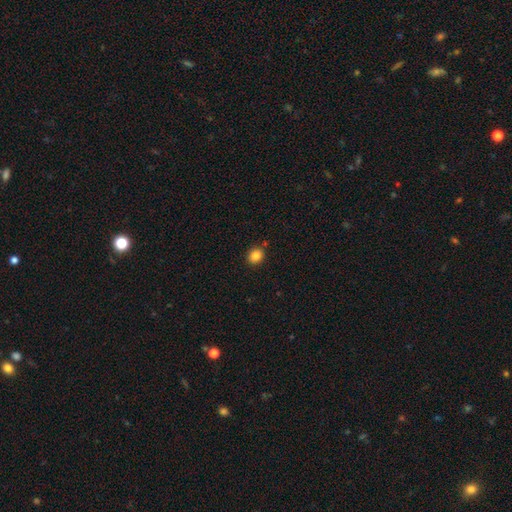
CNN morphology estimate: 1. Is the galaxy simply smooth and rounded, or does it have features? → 85% smooth, 11% star or artifact, 5% featured or disk.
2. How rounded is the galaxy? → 76% round, 23% in between, 1% cigar-shaped.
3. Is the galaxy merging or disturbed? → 86% none, 8% minor disturbance, 4% merger, 2% major disturbance.